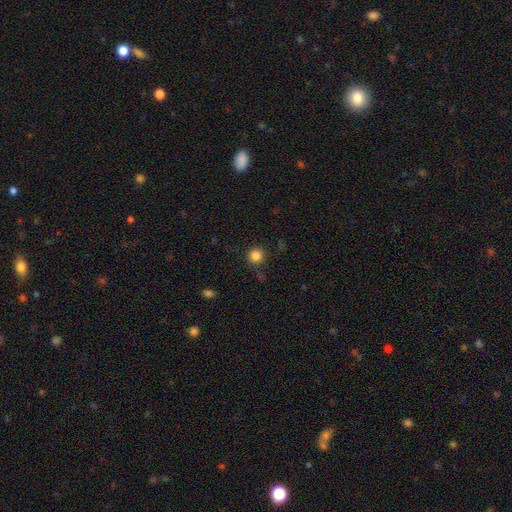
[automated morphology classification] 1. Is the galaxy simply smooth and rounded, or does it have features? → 84% smooth, 12% star or artifact, 4% featured or disk.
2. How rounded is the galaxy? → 94% round, 5% in between, 1% cigar-shaped.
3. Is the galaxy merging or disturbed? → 85% none, 9% minor disturbance, 3% major disturbance, 3% merger.